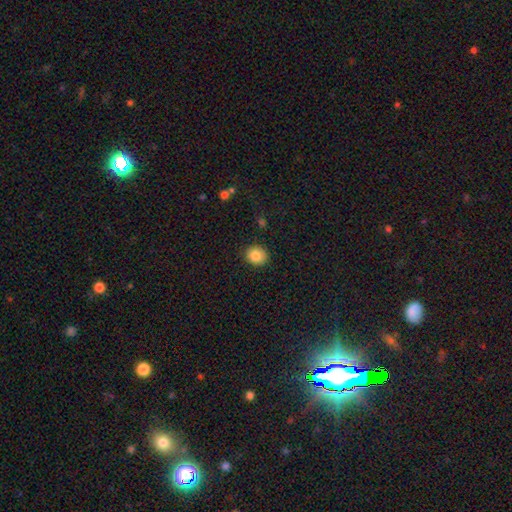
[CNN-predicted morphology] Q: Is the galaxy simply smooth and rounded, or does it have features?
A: smooth — 84%.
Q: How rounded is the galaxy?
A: round — 78%.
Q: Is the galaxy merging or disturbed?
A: none — 88%.